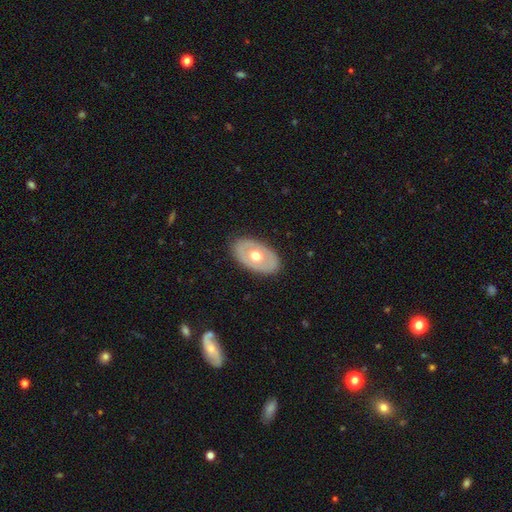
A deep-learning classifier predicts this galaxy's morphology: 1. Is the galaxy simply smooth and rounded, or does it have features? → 52% featured or disk, 43% smooth, 5% star or artifact.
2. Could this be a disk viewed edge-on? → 86% no, 14% yes.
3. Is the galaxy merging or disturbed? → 86% none, 10% minor disturbance, 3% major disturbance, 1% merger.